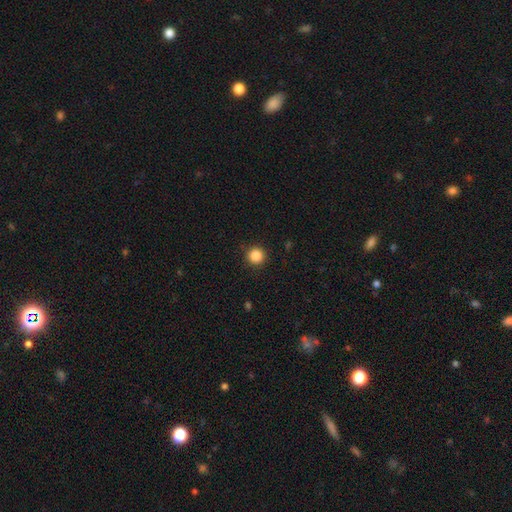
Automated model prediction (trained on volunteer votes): smooth 86%, star or artifact 11%, featured or disk 4%. Down the decision tree: how rounded — round (96%); merging — none (92%).